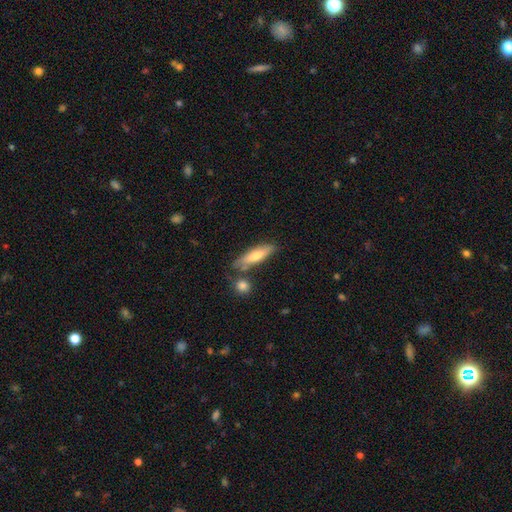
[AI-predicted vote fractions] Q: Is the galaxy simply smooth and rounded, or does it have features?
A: smooth — 60%.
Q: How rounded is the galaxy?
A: cigar-shaped — 70%.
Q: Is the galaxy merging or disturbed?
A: none — 71%.